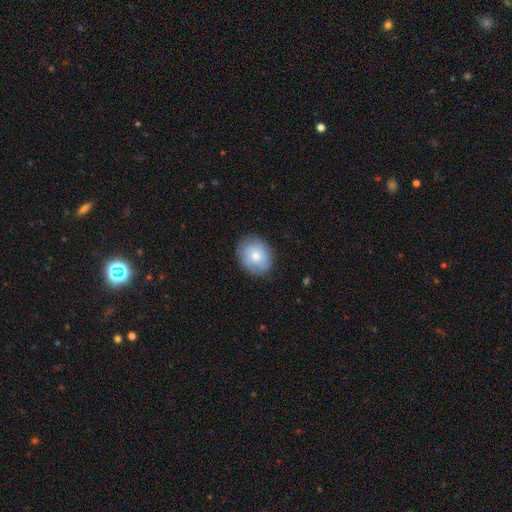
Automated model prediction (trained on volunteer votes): Smooth or featured: smooth — 67% (featured or disk — 26%)
How rounded: round — 52% (in between — 47%)
Merging: none — 80% (minor disturbance — 15%)